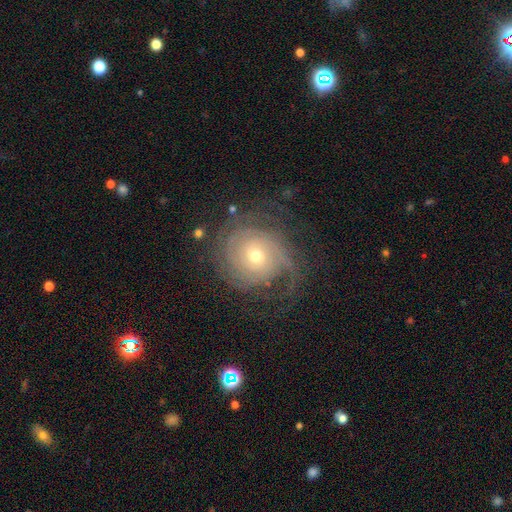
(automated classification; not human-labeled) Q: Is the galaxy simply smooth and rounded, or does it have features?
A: featured or disk — 83%.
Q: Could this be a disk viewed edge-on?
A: no — 97%.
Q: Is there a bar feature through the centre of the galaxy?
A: no — 75%.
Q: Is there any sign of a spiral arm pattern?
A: yes — 95%.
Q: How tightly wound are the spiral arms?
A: tight — 67%.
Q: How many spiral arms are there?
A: can't tell — 32%.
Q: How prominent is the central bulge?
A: moderate — 49%.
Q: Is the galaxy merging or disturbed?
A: none — 69%.